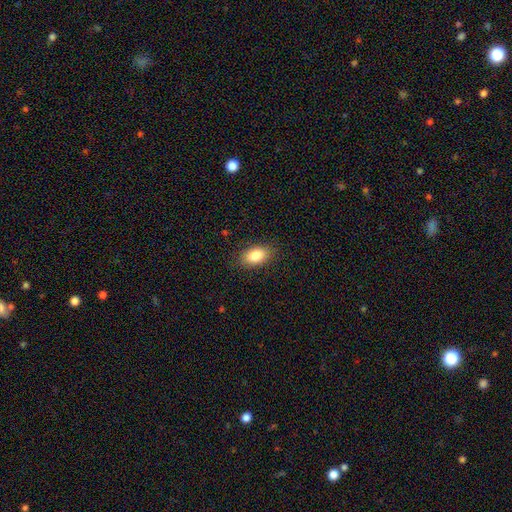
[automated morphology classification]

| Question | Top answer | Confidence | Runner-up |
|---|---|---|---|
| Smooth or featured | smooth | 84% | featured or disk (8%) |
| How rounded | in between | 89% | round (8%) |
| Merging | none | 86% | minor disturbance (10%) |